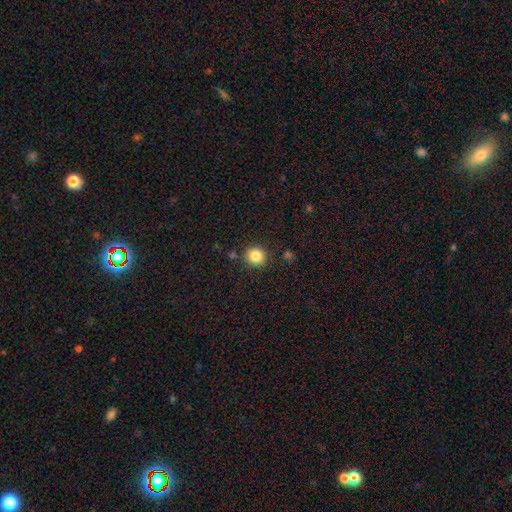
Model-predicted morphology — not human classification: A smooth galaxy with no disk features (85%) that is round (89%). Merging: none (87%).